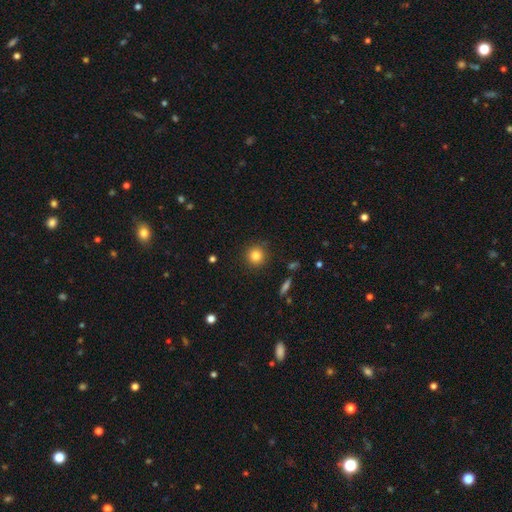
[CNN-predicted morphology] Smooth or featured?
  - smooth: 82% *
  - star or artifact: 11%
  - featured or disk: 7%
How rounded?
  - round: 93% *
  - in between: 6%
  - cigar-shaped: 1%
Merging?
  - none: 89% *
  - minor disturbance: 7%
  - major disturbance: 2%
  - merger: 2%